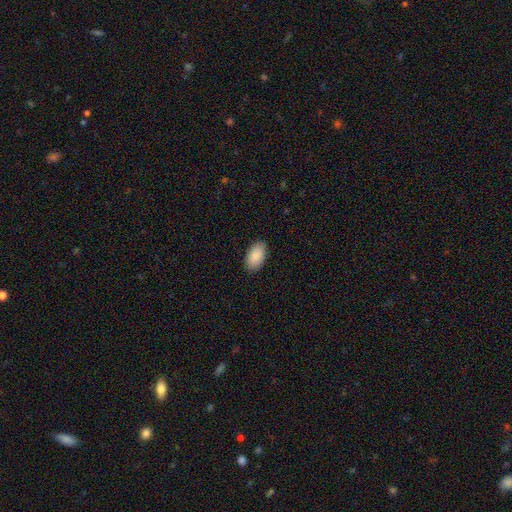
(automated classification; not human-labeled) Smooth or featured? Predicted: smooth (p=0.90). How rounded? Predicted: in between (p=0.95). Merging? Predicted: none (p=0.89).